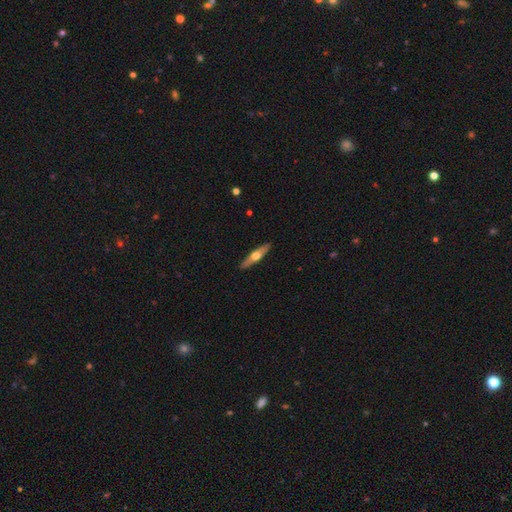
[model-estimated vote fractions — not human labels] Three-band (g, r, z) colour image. It shows a featured or disk galaxy (57%) viewed edge-on (91%) with a rounded central bulge (94%). Merging: none (91%).